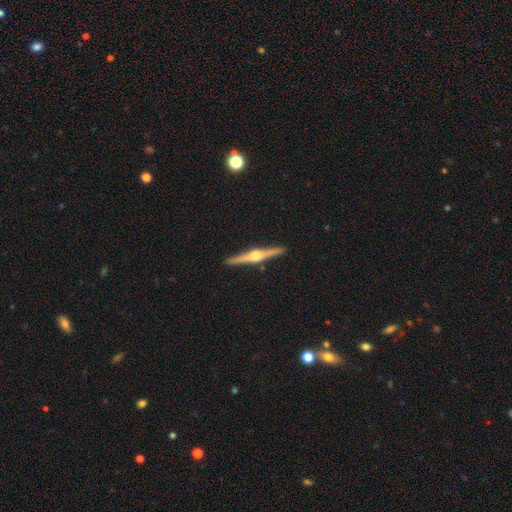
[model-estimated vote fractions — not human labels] Smooth or featured: featured or disk — 85% (smooth — 10%)
Edge-on disk: yes — 99% (no — 1%)
Edge-on bulge: rounded — 94% (boxy — 4%)
Merging: none — 93% (minor disturbance — 5%)